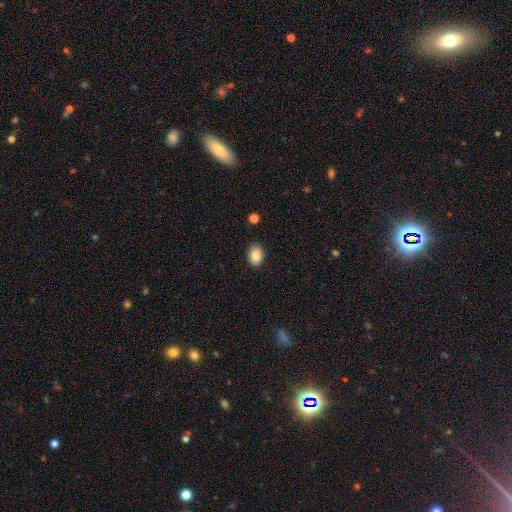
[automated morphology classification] A smooth galaxy with no disk features (85%) that is in between round and cigar-shaped (81%).

Vote fractions:
- Smooth or featured? smooth: 85% / star or artifact: 8% / featured or disk: 7%
- How rounded? in between: 81% / round: 18% / cigar-shaped: 1%
- Merging? none: 82% / minor disturbance: 14% / major disturbance: 2% / merger: 2%